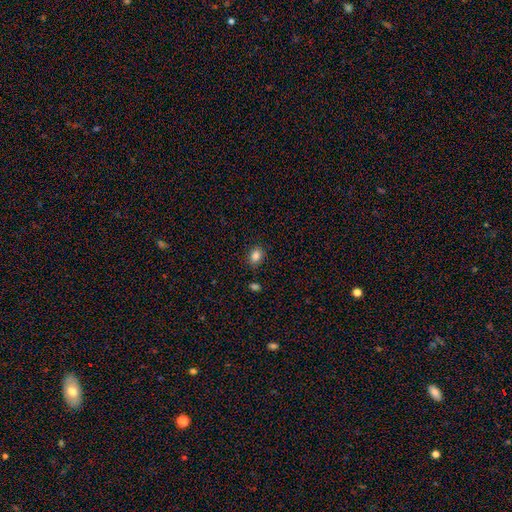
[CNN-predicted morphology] smooth 84%, star or artifact 11%, featured or disk 5%. Down the decision tree: how rounded — in between (58%); merging — none (84%).